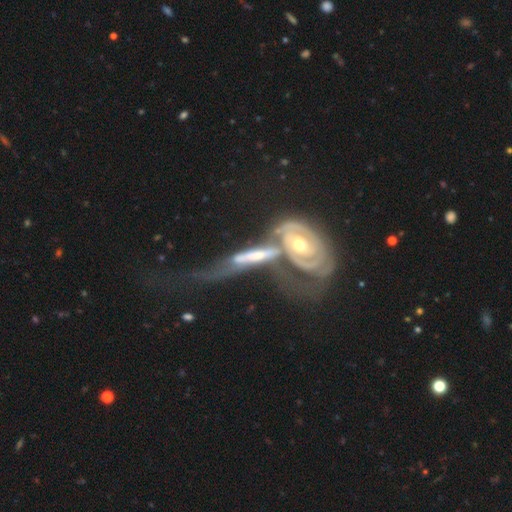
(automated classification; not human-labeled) Smooth or featured: featured or disk — 80% (smooth — 15%)
Edge-on disk: no — 73% (yes — 27%)
Bar: no — 49% (weak — 27%)
Spiral arms: yes — 84% (no — 16%)
Bulge size: moderate — 61% (small — 27%)
Merging: merger — 58% (major disturbance — 16%)